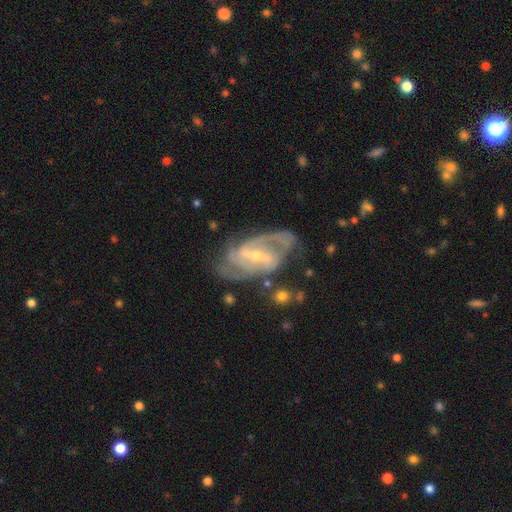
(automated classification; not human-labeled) Smooth or featured? Predicted: featured or disk (p=0.90). Edge-on disk? Predicted: no (p=0.97). Bar? Predicted: strong (p=0.47). Spiral arms? Predicted: yes (p=0.97). Spiral winding? Predicted: medium (p=0.51). Spiral arm count? Predicted: 2 (p=0.51). Bulge size? Predicted: small (p=0.63). Merging? Predicted: none (p=0.66).